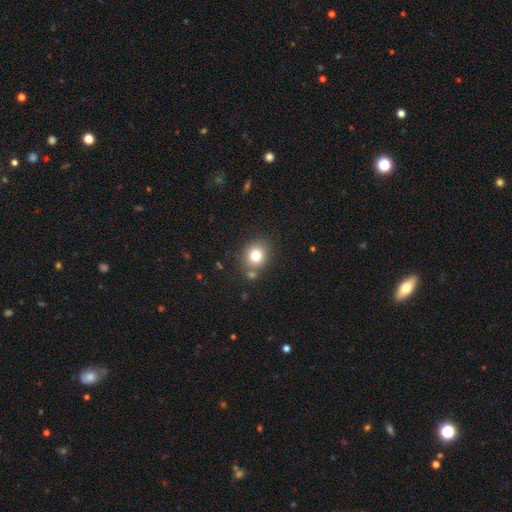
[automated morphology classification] A smooth galaxy with no disk features (79%) that is round (73%).

Vote fractions:
- Smooth or featured? smooth: 79% / star or artifact: 11% / featured or disk: 10%
- How rounded? round: 73% / in between: 27% / cigar-shaped: 1%
- Merging? none: 74% / minor disturbance: 11% / merger: 11% / major disturbance: 4%